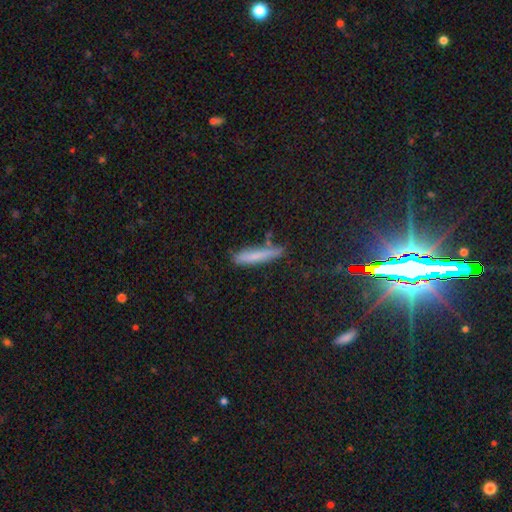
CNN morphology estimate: A smooth galaxy with no disk features (74%) that is cigar-shaped (90%). Merging: none (75%).